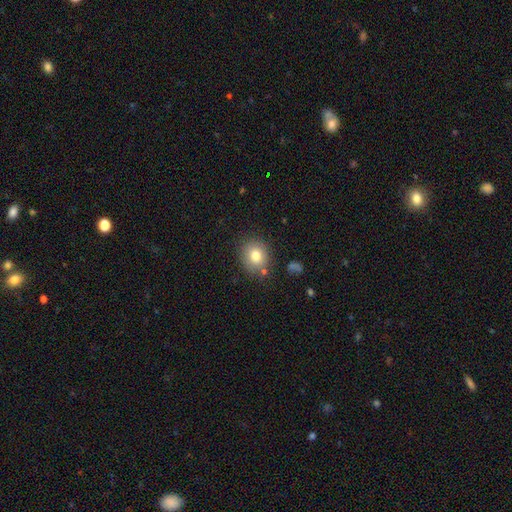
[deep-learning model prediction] Smooth or featured? smooth (78%)
How rounded? round (70%)
Merging? none (79%)